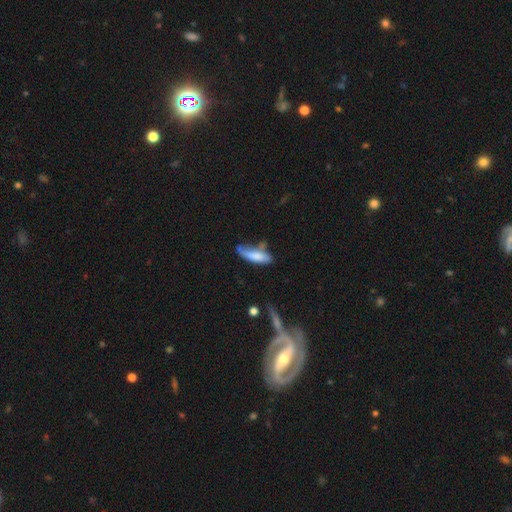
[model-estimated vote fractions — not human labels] smooth_or_featured: smooth (p=0.72) [alt: featured or disk p=0.21]
how_rounded: cigar-shaped (p=0.56) [alt: in between p=0.42]
merging: none (p=0.40) [alt: minor disturbance p=0.31]